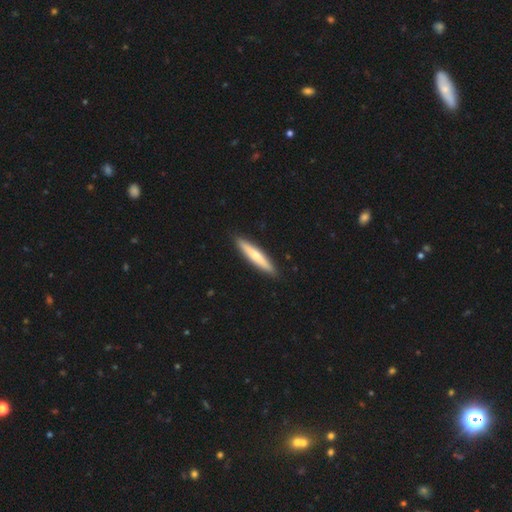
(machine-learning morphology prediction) type=smooth (59%); roundness=cigar-shaped (91%); merging=none (91%).